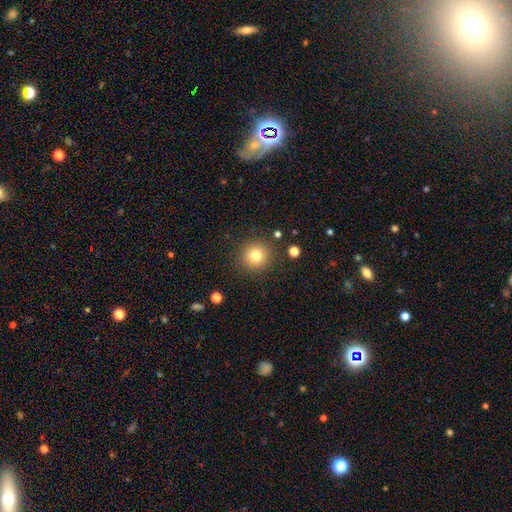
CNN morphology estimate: Smooth or featured? Predicted: smooth (p=0.79). How rounded? Predicted: round (p=0.93). Merging? Predicted: none (p=0.89).